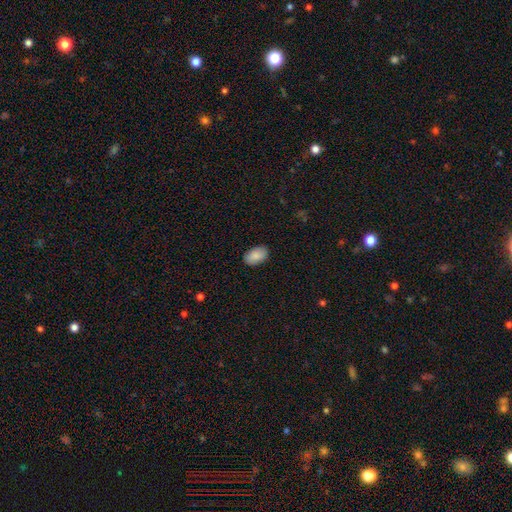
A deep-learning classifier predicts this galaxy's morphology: Q: Smooth or featured?
A: smooth (88%); runner-up: star or artifact (6%)
Q: How rounded?
A: in between (93%); runner-up: round (6%)
Q: Merging?
A: none (88%); runner-up: minor disturbance (9%)